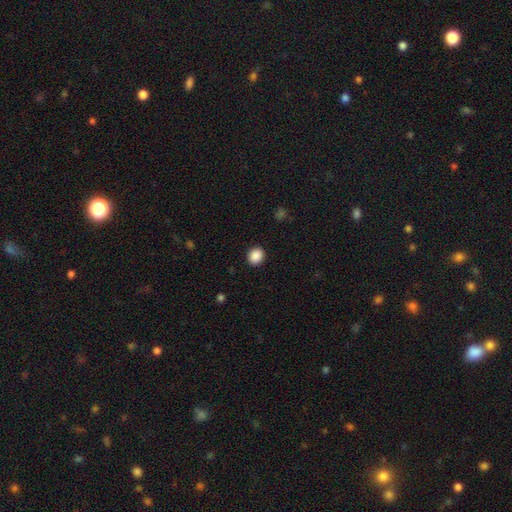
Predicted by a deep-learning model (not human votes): Morphology: type=smooth (89%); roundness=round (72%); merging=none (91%).